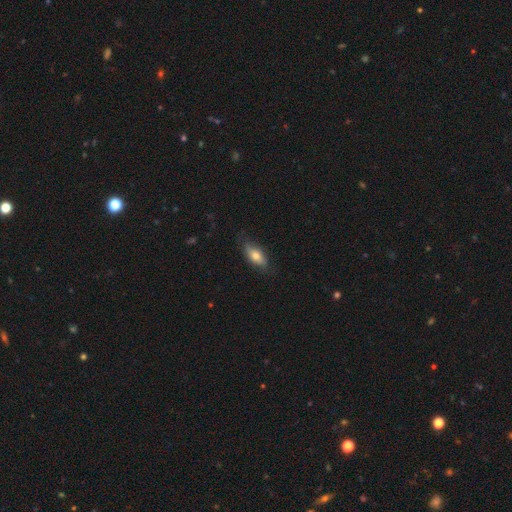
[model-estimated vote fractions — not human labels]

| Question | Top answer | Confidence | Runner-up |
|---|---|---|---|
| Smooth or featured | smooth | 71% | featured or disk (23%) |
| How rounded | in between | 84% | cigar-shaped (12%) |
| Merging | none | 75% | minor disturbance (20%) |